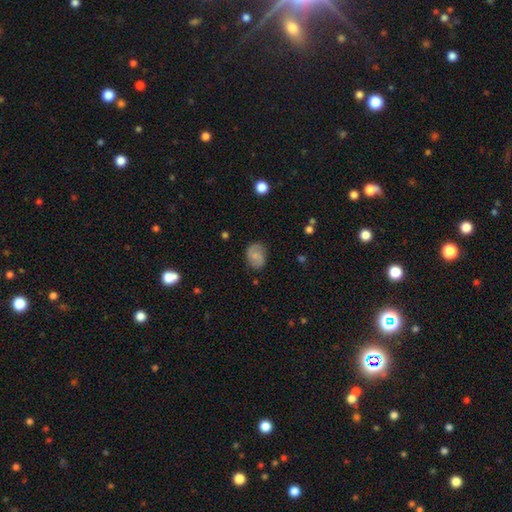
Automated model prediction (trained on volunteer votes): Q: Smooth or featured?
A: smooth (56%); runner-up: featured or disk (36%)
Q: How rounded?
A: in between (65%); runner-up: round (34%)
Q: Merging?
A: none (75%); runner-up: minor disturbance (18%)